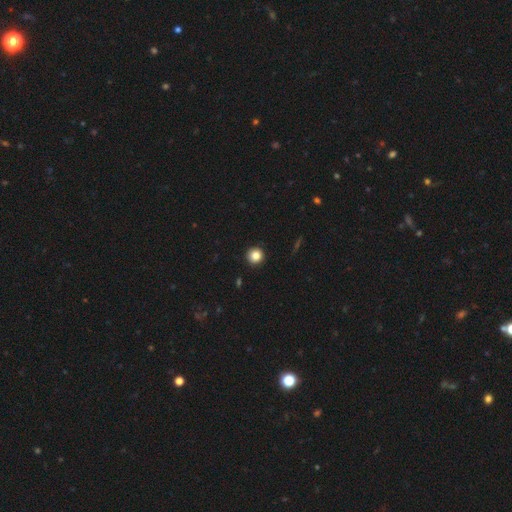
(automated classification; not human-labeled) Smooth or featured? smooth (85%)
How rounded? round (95%)
Merging? none (92%)